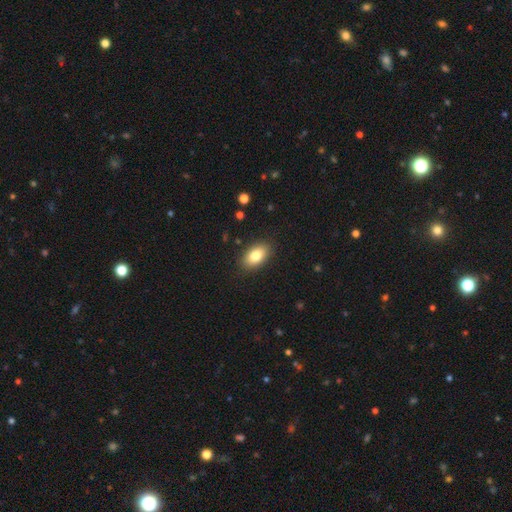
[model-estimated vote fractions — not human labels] A smooth galaxy with no disk features (82%) that is in between round and cigar-shaped (91%).

Vote fractions:
- Smooth or featured? smooth: 82% / featured or disk: 11% / star or artifact: 8%
- How rounded? in between: 91% / round: 7% / cigar-shaped: 2%
- Merging? none: 88% / minor disturbance: 9% / major disturbance: 2% / merger: 1%